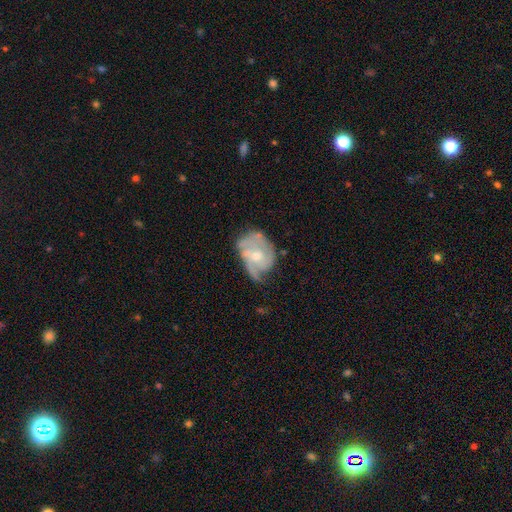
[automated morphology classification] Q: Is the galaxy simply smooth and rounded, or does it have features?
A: featured or disk — 76%.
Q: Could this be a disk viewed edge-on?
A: no — 97%.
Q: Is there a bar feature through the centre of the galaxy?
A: no — 67%.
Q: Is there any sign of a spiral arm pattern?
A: yes — 86%.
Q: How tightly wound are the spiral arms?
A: medium — 41%.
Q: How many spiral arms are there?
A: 2 — 31%.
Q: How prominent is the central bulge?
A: small — 50%.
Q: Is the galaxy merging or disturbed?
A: none — 43%.